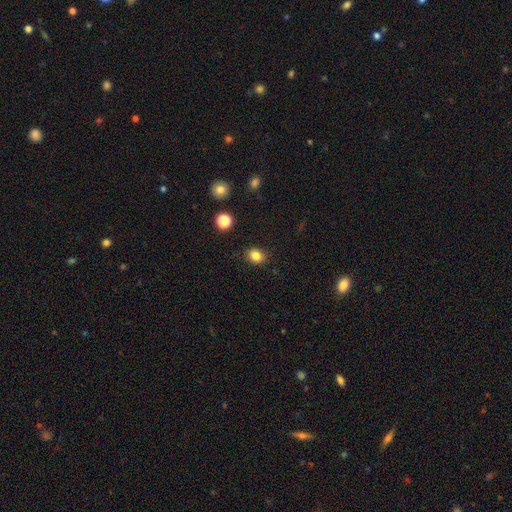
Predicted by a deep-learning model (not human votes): A smooth galaxy with no disk features (83%) that is round (55%).

Vote fractions:
- Smooth or featured? smooth: 83% / star or artifact: 12% / featured or disk: 5%
- How rounded? round: 55% / in between: 44% / cigar-shaped: 1%
- Merging? none: 88% / minor disturbance: 9% / major disturbance: 2% / merger: 1%